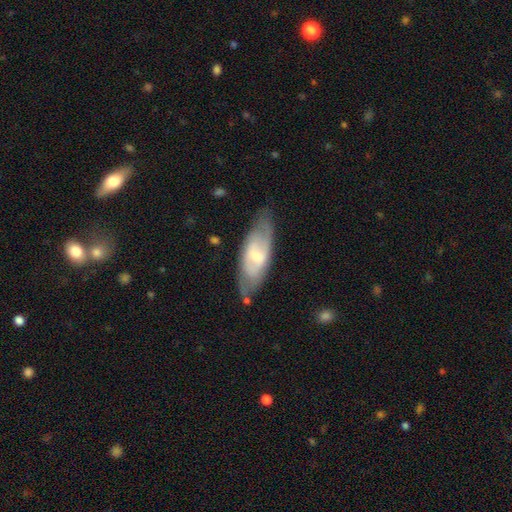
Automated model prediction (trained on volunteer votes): This appears to be a featured or disk galaxy (60%). Merging: none (73%).